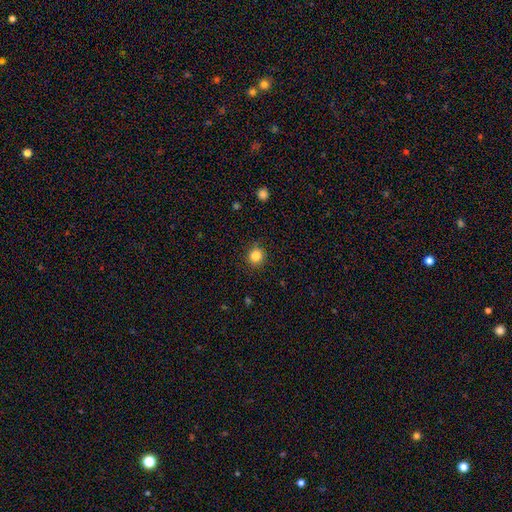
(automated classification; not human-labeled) Overall: smooth (85%). How rounded: round (88%). Merging: none (87%).